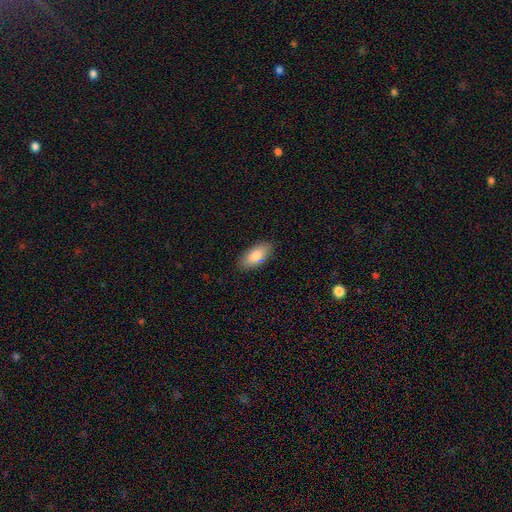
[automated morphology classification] smooth 82%, featured or disk 12%, star or artifact 6%. Down the decision tree: how rounded — in between (91%); merging — none (85%).